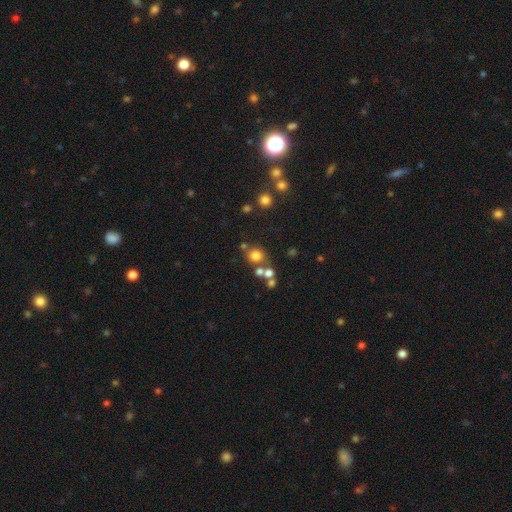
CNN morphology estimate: Q: Smooth or featured?
A: smooth (74%); runner-up: star or artifact (17%)
Q: How rounded?
A: round (84%); runner-up: in between (15%)
Q: Merging?
A: none (66%); runner-up: merger (20%)